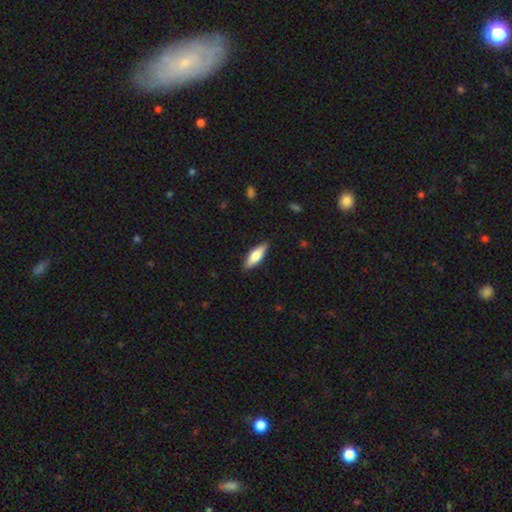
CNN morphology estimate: smooth_or_featured: smooth (p=0.63) [alt: featured or disk p=0.31]
how_rounded: in between (p=0.54) [alt: cigar-shaped p=0.44]
merging: none (p=0.86) [alt: minor disturbance p=0.11]